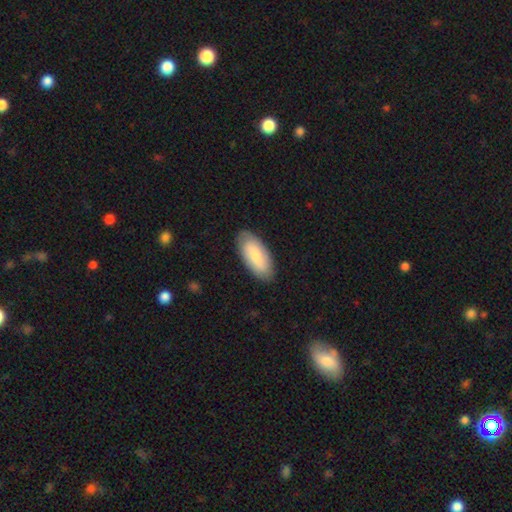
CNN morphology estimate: Smooth or featured? Predicted: smooth (p=0.72). How rounded? Predicted: in between (p=0.90). Merging? Predicted: none (p=0.85).